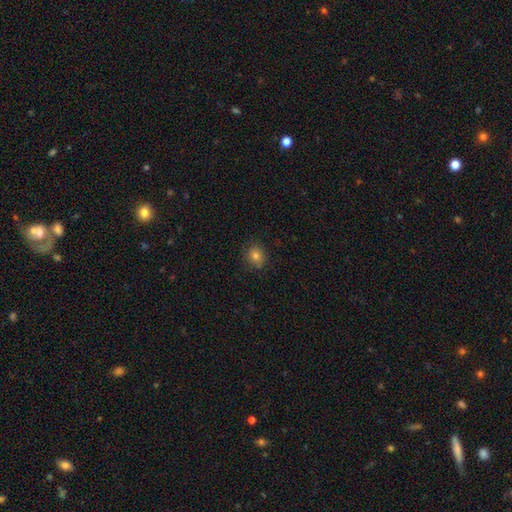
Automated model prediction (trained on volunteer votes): Overall: smooth (78%). How rounded: round (76%). Merging: none (86%).